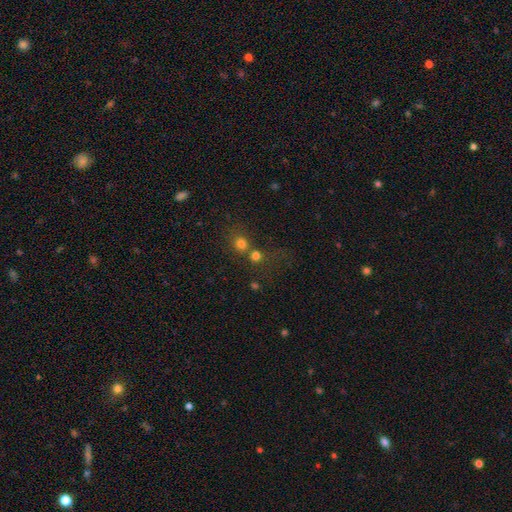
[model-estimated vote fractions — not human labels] Smooth or featured? smooth (72%)
How rounded? round (86%)
Merging? none (49%)